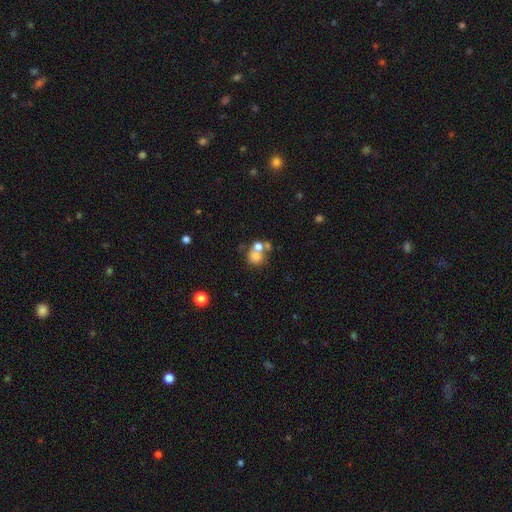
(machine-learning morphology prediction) Smooth or featured? smooth (68%)
How rounded? round (72%)
Merging? merger (49%)